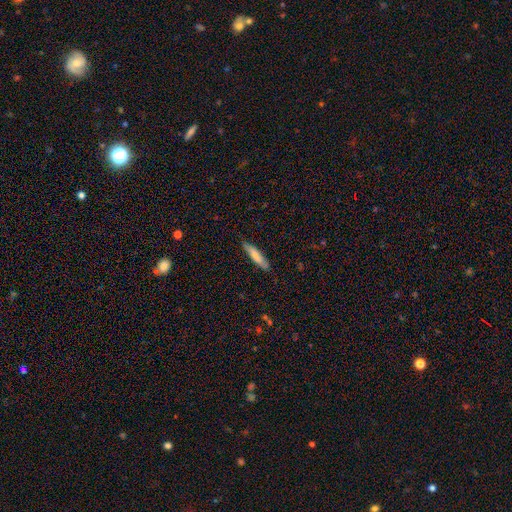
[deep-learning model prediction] Smooth or featured? Predicted: smooth (p=0.74). How rounded? Predicted: cigar-shaped (p=0.84). Merging? Predicted: none (p=0.84).